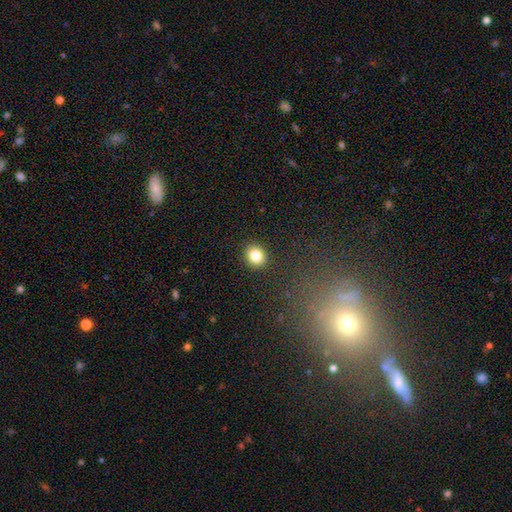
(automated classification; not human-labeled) Morphology: type=smooth (83%); roundness=round (79%); merging=none (91%).